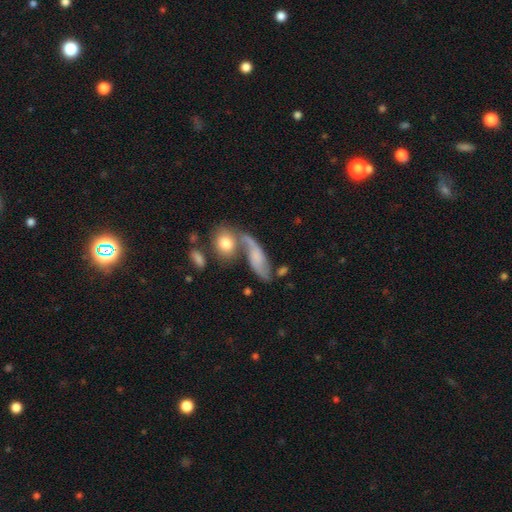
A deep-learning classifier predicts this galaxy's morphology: type=featured or disk (53%); edge-on=no (82%); merging=none (37%).